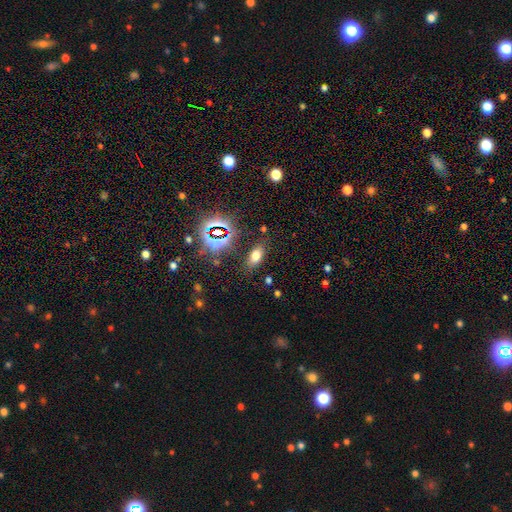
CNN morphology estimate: Smooth or featured? Predicted: smooth (p=0.65). How rounded? Predicted: in between (p=0.84). Merging? Predicted: none (p=0.82).